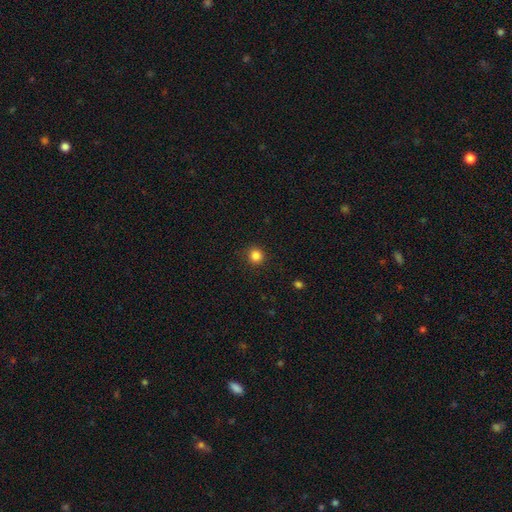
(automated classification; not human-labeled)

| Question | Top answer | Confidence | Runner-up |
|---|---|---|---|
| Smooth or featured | smooth | 84% | star or artifact (12%) |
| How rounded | round | 94% | in between (5%) |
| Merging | none | 91% | minor disturbance (6%) |